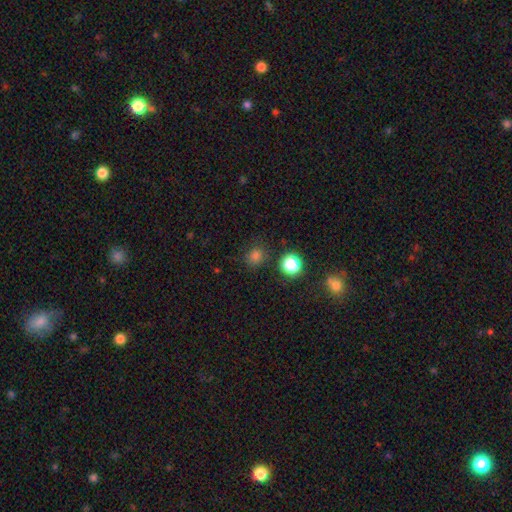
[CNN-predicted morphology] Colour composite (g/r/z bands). It shows a smooth galaxy with no disk features (74%) that is round (78%). Merging: none (83%).